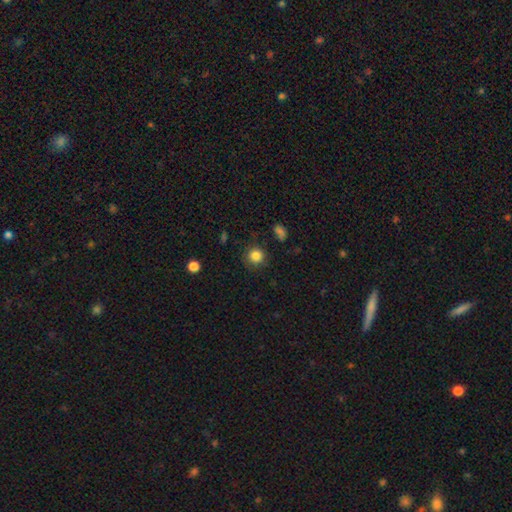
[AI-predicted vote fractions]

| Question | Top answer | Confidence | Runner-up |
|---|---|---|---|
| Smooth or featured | smooth | 85% | star or artifact (11%) |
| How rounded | round | 92% | in between (7%) |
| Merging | none | 84% | minor disturbance (10%) |